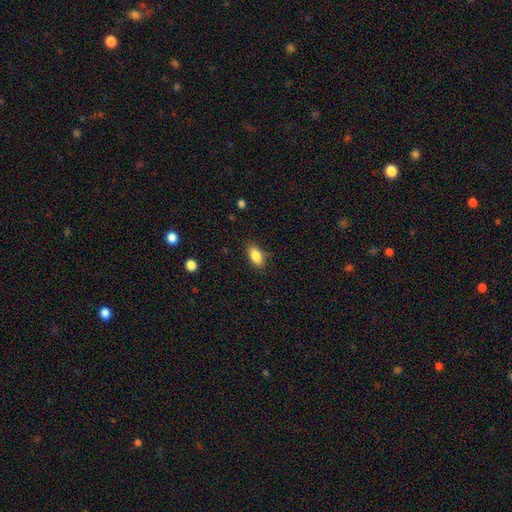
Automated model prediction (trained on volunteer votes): smooth_or_featured: smooth (p=0.85) [alt: star or artifact p=0.08]
how_rounded: in between (p=0.88) [alt: cigar-shaped p=0.08]
merging: none (p=0.82) [alt: minor disturbance p=0.14]